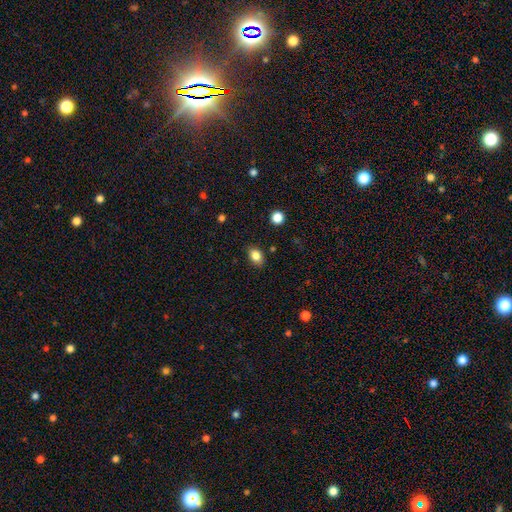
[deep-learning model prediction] This appears to be a smooth galaxy with no disk features (83%) that is in between round and cigar-shaped (79%). Merging: none (84%).